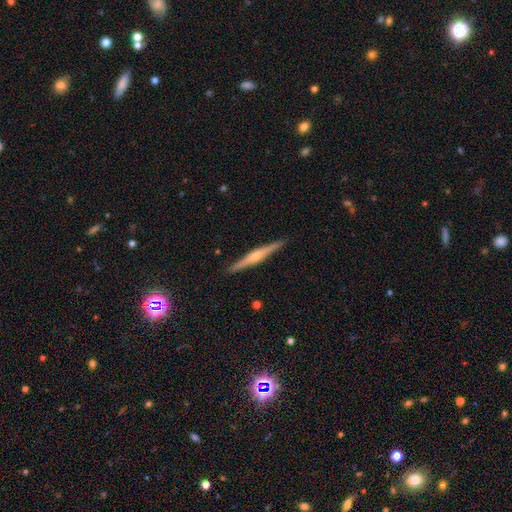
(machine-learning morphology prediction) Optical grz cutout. It shows a featured or disk galaxy (76%) viewed edge-on (98%) with a rounded central bulge (82%). Merging: none (91%).